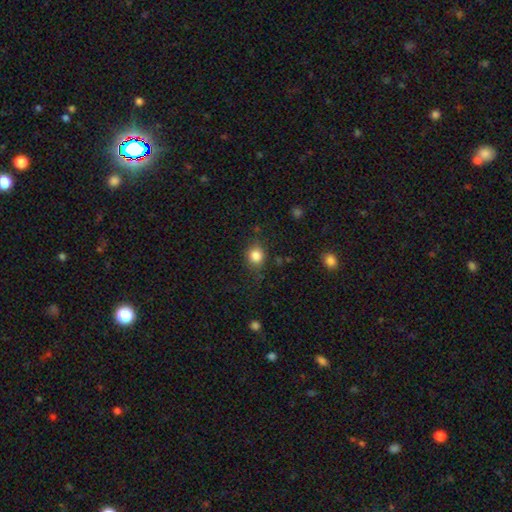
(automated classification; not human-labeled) Overall: smooth (82%). How rounded: round (73%). Merging: none (75%).